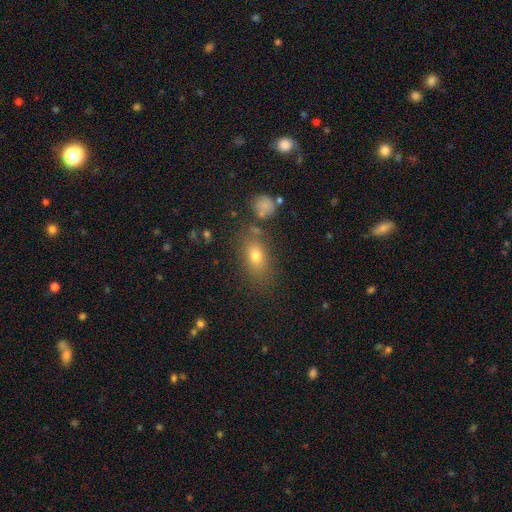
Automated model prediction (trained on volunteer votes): Q: Smooth or featured?
A: smooth (72%); runner-up: featured or disk (14%)
Q: How rounded?
A: in between (77%); runner-up: round (17%)
Q: Merging?
A: none (75%); runner-up: minor disturbance (14%)